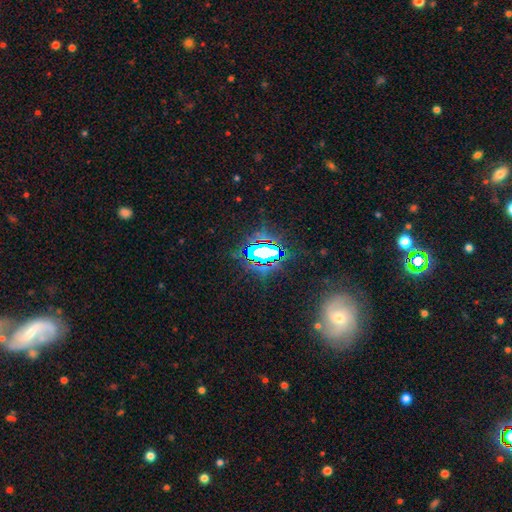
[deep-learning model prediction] Overall: star or artifact (65%).